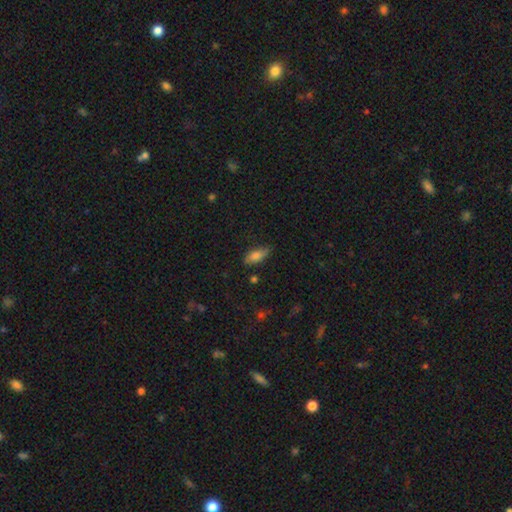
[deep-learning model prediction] Smooth or featured?
  - smooth: 78% *
  - featured or disk: 13%
  - star or artifact: 8%
How rounded?
  - in between: 77% *
  - cigar-shaped: 20%
  - round: 3%
Merging?
  - none: 71% *
  - minor disturbance: 23%
  - major disturbance: 4%
  - merger: 2%